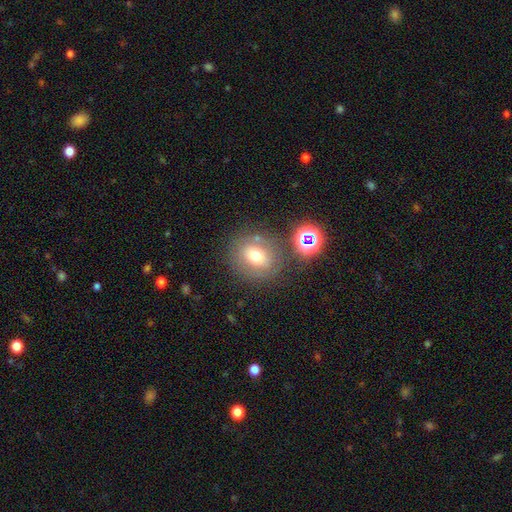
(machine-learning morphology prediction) smooth_or_featured: smooth (p=0.65) [alt: featured or disk p=0.19]
how_rounded: round (p=0.76) [alt: in between p=0.23]
merging: none (p=0.70) [alt: minor disturbance p=0.13]